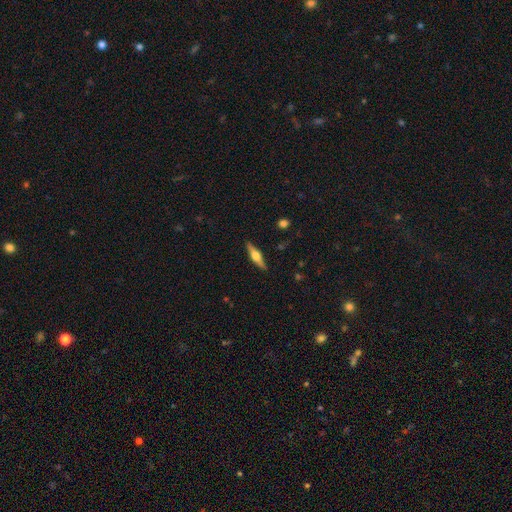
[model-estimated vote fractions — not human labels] Q: Smooth or featured?
A: featured or disk (69%); runner-up: smooth (26%)
Q: Edge-on disk?
A: yes (97%); runner-up: no (3%)
Q: Edge-on bulge?
A: rounded (93%); runner-up: boxy (5%)
Q: Merging?
A: none (90%); runner-up: minor disturbance (7%)